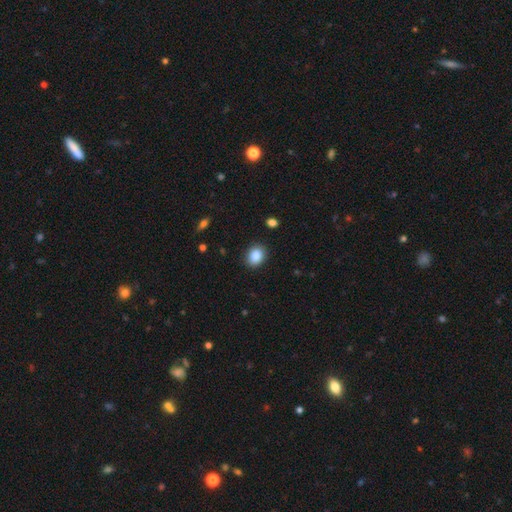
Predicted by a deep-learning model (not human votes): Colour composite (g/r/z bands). It shows a smooth galaxy with no disk features (87%) that is round (50%). Merging: none (89%).